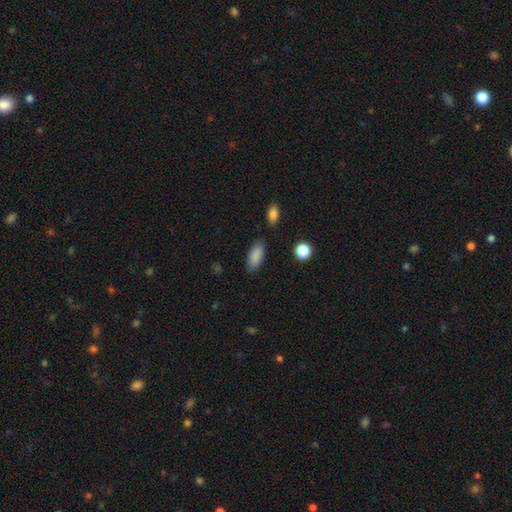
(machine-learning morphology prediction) The model was most divided on "how rounded": in between: 84%, cigar-shaped: 13%, round: 3%. More confident: smooth or featured — smooth (88%); merging — none (83%).